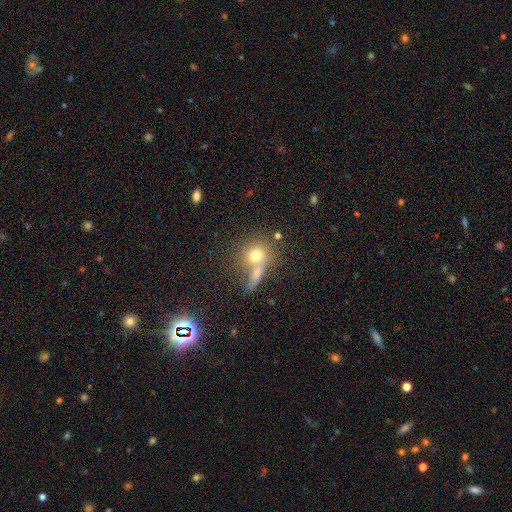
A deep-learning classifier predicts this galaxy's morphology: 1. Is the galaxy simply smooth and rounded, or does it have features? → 72% smooth, 16% featured or disk, 12% star or artifact.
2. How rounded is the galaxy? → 79% round, 19% in between, 2% cigar-shaped.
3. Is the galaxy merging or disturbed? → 42% merger (tied), 42% none (tied), 10% minor disturbance, 6% major disturbance.